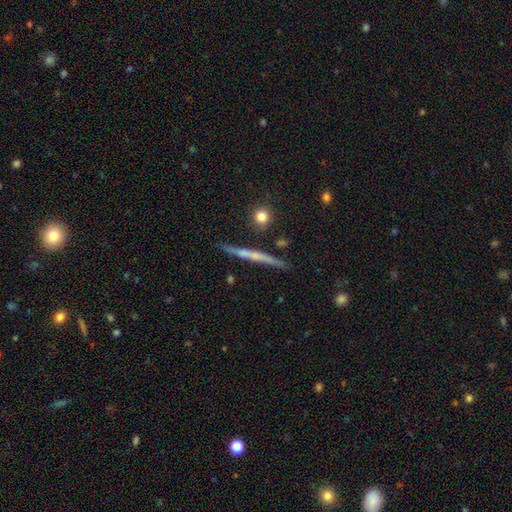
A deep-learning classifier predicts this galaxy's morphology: A featured or disk galaxy (59%) viewed edge-on (95%) with no central bulge (50%).

Vote fractions:
- Smooth or featured? featured or disk: 59% / smooth: 28% / star or artifact: 13%
- Edge-on disk? yes: 95% / no: 5%
- Edge-on bulge? none: 50% / rounded: 40% / boxy: 9%
- Merging? none: 85% / minor disturbance: 8% / merger: 4% / major disturbance: 3%